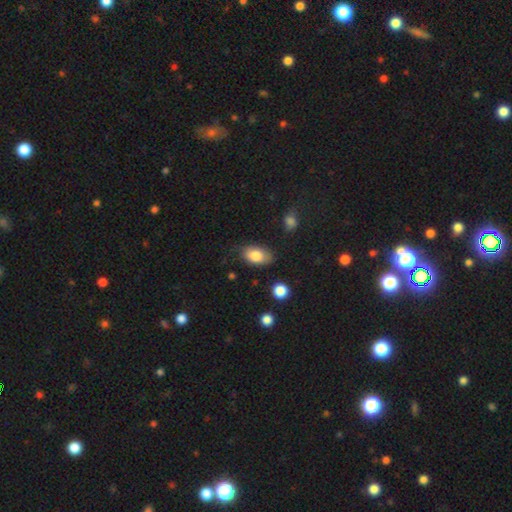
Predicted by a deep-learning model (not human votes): Smooth or featured?
  - smooth: 81% *
  - featured or disk: 12%
  - star or artifact: 7%
How rounded?
  - in between: 91% *
  - round: 7%
  - cigar-shaped: 2%
Merging?
  - none: 76% *
  - minor disturbance: 18%
  - major disturbance: 4%
  - merger: 2%